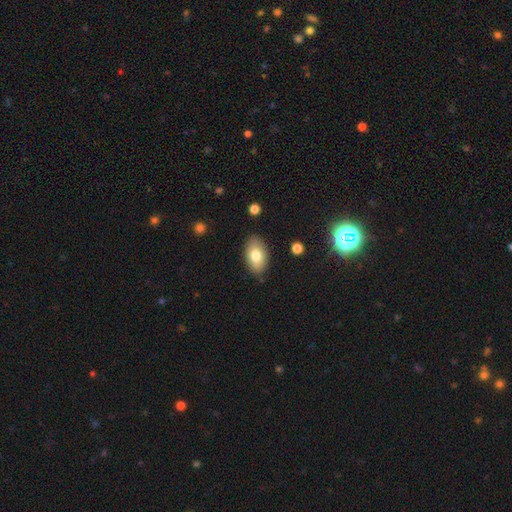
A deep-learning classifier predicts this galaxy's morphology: This appears to be a smooth galaxy with no disk features (78%) that is in between round and cigar-shaped (93%). Merging: none (84%).